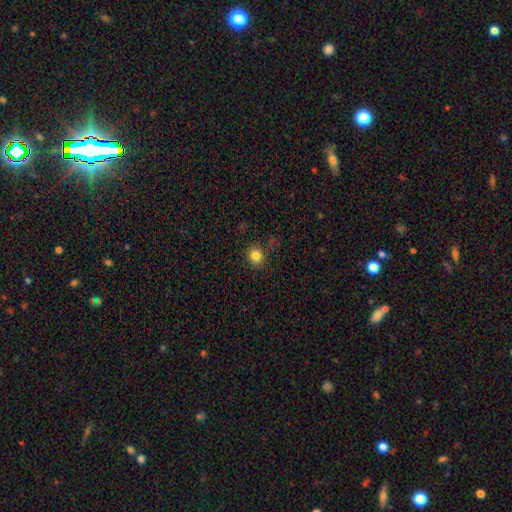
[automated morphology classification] Q: Smooth or featured?
A: smooth (82%); runner-up: star or artifact (12%)
Q: How rounded?
A: round (84%); runner-up: in between (15%)
Q: Merging?
A: none (82%); runner-up: minor disturbance (12%)